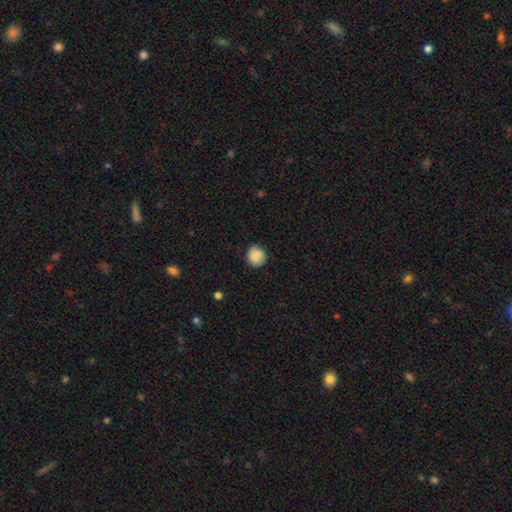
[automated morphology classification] smooth_or_featured: smooth (p=0.88) [alt: star or artifact p=0.08]
how_rounded: round (p=0.86) [alt: in between p=0.13]
merging: none (p=0.82) [alt: minor disturbance p=0.14]